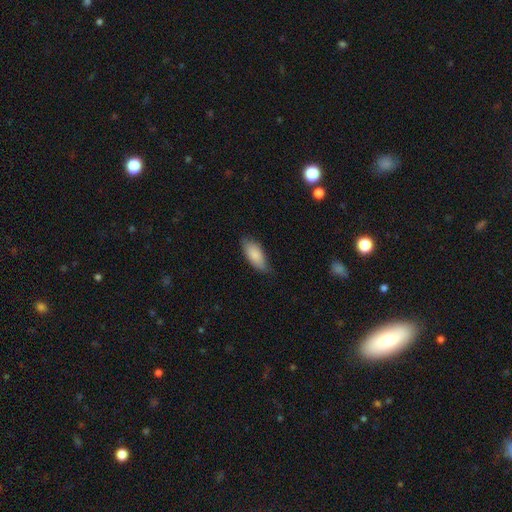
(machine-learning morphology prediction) smooth 86%, featured or disk 8%, star or artifact 6%. Down the decision tree: how rounded — in between (86%); merging — none (69%).